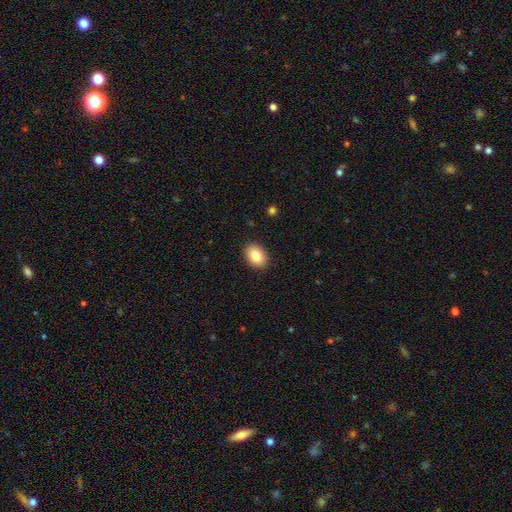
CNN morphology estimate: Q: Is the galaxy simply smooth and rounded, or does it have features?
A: smooth — 84%.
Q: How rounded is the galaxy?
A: in between — 78%.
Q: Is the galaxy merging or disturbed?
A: none — 90%.